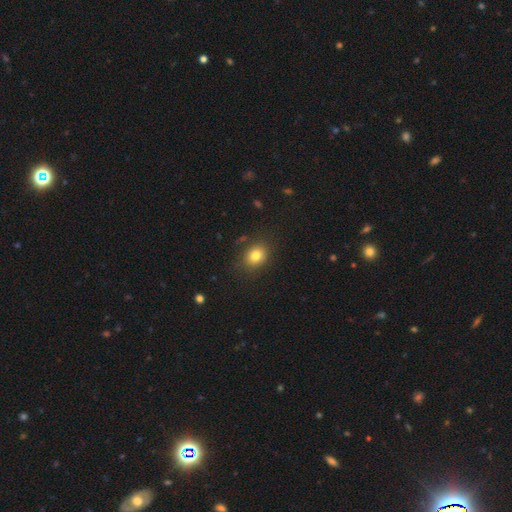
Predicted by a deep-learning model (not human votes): A smooth galaxy with no disk features (80%) that is round (55%).

Vote fractions:
- Smooth or featured? smooth: 80% / star or artifact: 11% / featured or disk: 8%
- How rounded? round: 55% / in between: 44% / cigar-shaped: 1%
- Merging? none: 82% / minor disturbance: 12% / major disturbance: 4% / merger: 2%